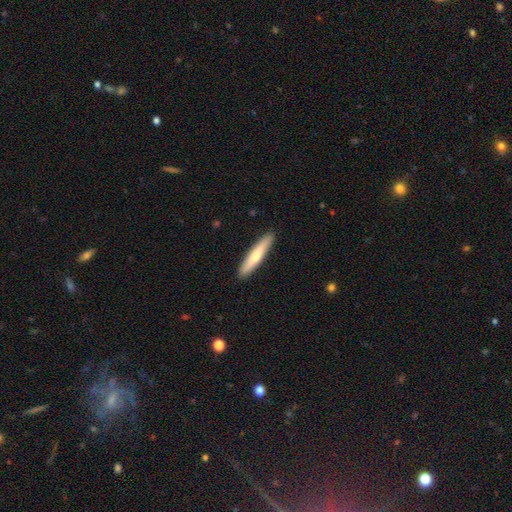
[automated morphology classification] smooth_or_featured: smooth (p=0.63) [alt: featured or disk p=0.32]
how_rounded: cigar-shaped (p=0.90) [alt: in between p=0.08]
merging: none (p=0.91) [alt: minor disturbance p=0.07]